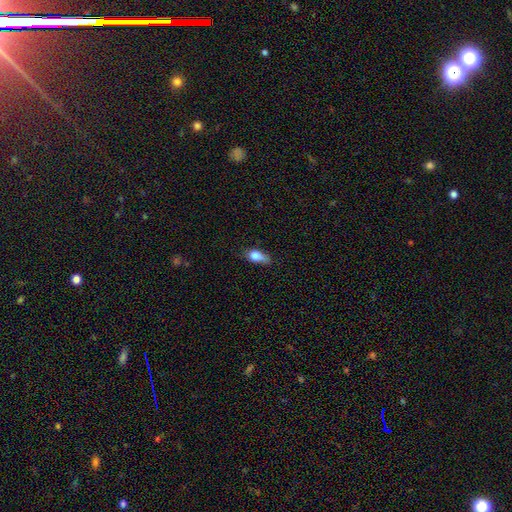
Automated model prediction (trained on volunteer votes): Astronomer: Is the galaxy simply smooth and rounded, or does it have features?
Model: smooth — 80%.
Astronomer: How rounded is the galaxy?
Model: in between — 80%.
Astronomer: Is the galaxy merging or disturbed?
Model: none — 45% (runner-up: minor disturbance, 39%).